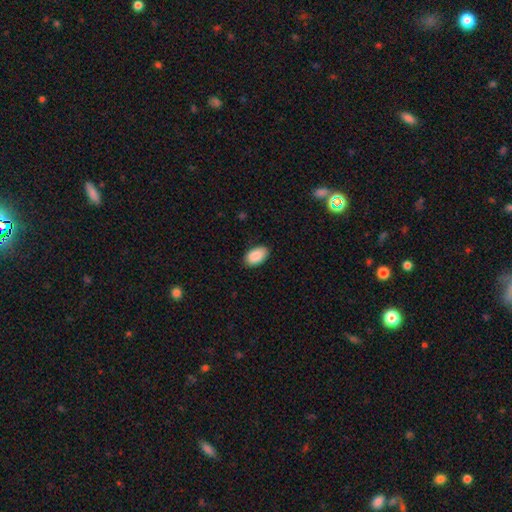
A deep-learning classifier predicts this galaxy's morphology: Smooth or featured: smooth — 90% (star or artifact — 6%)
How rounded: in between — 95% (round — 4%)
Merging: none — 86% (minor disturbance — 11%)